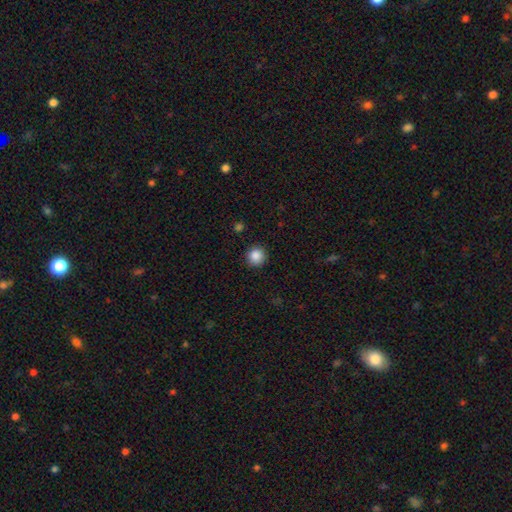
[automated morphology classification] Smooth or featured: smooth — 87% (star or artifact — 9%)
How rounded: round — 94% (in between — 5%)
Merging: none — 92% (minor disturbance — 6%)